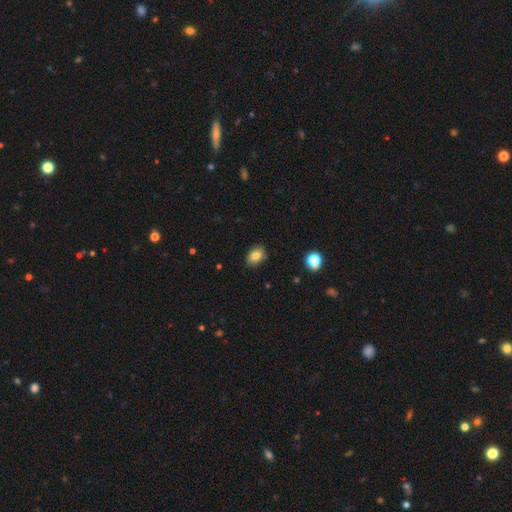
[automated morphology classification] Smooth or featured? Predicted: smooth (p=0.82). How rounded? Predicted: in between (p=0.74). Merging? Predicted: none (p=0.85).